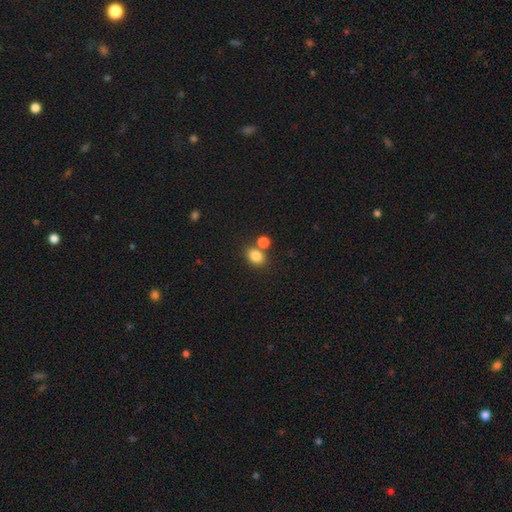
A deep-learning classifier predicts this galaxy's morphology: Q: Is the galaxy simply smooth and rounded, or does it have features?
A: smooth — 83%.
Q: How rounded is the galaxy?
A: in between — 60%.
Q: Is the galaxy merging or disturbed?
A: none — 63%.